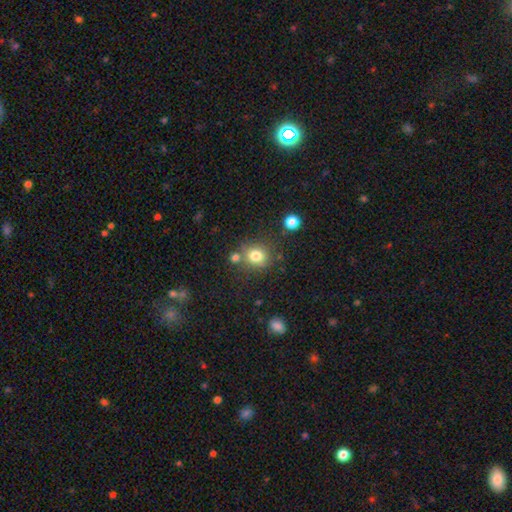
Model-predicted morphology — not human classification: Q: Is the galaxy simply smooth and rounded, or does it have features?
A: smooth — 79%.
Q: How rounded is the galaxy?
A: round — 80%.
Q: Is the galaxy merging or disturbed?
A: none — 70%.